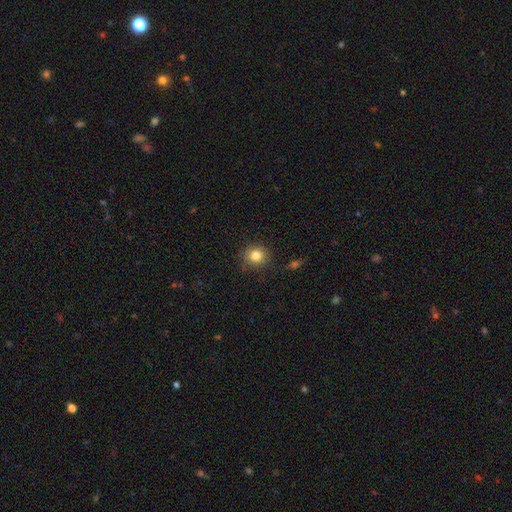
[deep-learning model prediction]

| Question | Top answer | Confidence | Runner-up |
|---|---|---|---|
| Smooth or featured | smooth | 82% | star or artifact (12%) |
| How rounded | round | 83% | in between (16%) |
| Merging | none | 87% | minor disturbance (9%) |